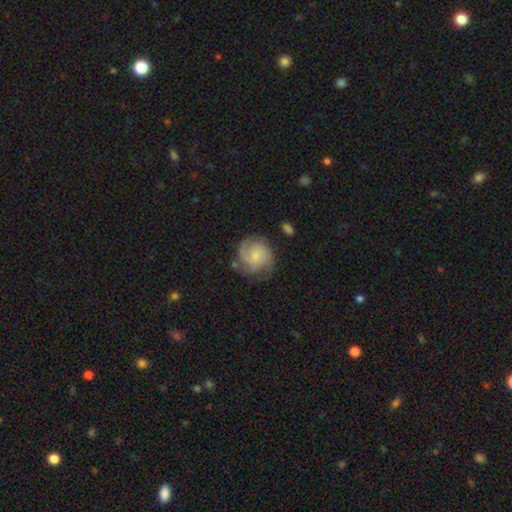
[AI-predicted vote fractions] Smooth or featured? featured or disk (72%)
Edge-on disk? no (98%)
Bar? no (70%)
Spiral arms? yes (93%)
Spiral winding? tight (44%)
Spiral arm count? 3 (35%)
Bulge size? small (69%)
Merging? none (67%)